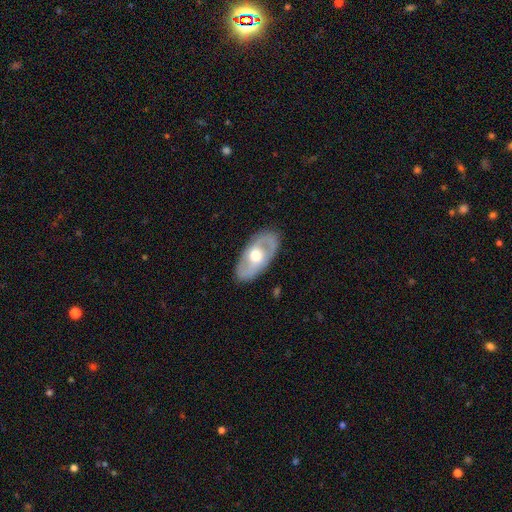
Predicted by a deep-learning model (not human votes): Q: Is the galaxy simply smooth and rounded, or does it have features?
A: featured or disk — 65%.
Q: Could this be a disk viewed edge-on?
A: no — 89%.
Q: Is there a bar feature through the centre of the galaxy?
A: no — 66%.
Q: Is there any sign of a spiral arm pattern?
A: yes — 58%.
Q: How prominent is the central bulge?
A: moderate — 71%.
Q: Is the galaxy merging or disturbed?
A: none — 84%.